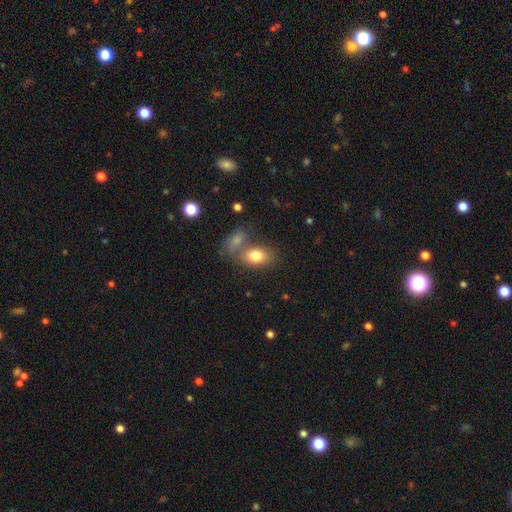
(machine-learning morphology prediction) Smooth or featured? Predicted: smooth (p=0.80). How rounded? Predicted: in between (p=0.81). Merging? Predicted: none (p=0.47).